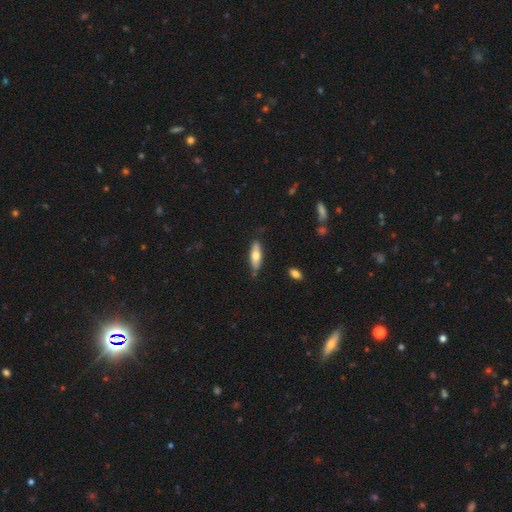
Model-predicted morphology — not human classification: Overall: smooth (64%; featured or disk 30%). How rounded: in between (52%; cigar-shaped 46%). Merging: none (80%).